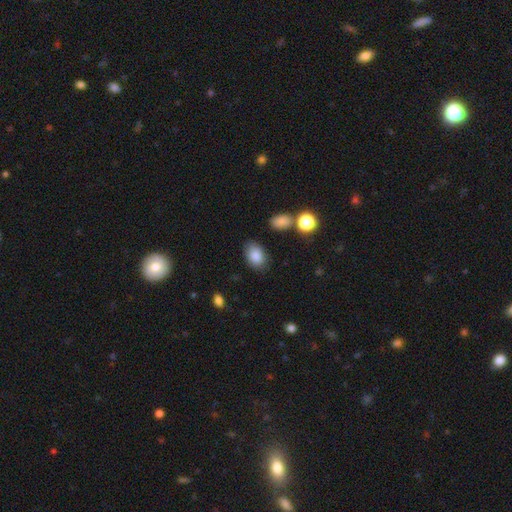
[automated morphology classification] Smooth or featured?
  - smooth: 86% *
  - star or artifact: 8%
  - featured or disk: 6%
How rounded?
  - in between: 85% *
  - round: 14%
  - cigar-shaped: 1%
Merging?
  - none: 81% *
  - minor disturbance: 13%
  - major disturbance: 3%
  - merger: 2%